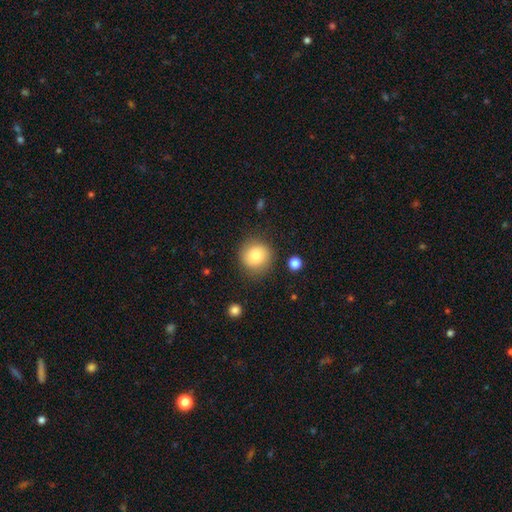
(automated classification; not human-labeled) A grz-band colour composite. It shows a smooth galaxy with no disk features (81%) that is round (91%). Merging: none (82%).